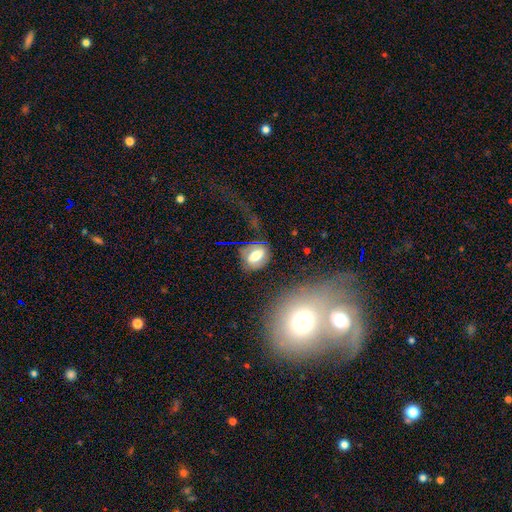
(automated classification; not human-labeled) The model was most divided on "smooth or featured": smooth: 59%, featured or disk: 30%, star or artifact: 11%. More confident: how rounded — in between (70%); merging — none (59%).